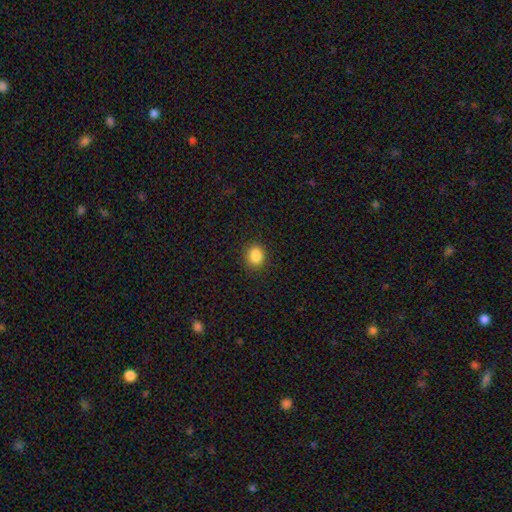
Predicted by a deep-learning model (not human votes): Q: Smooth or featured?
A: smooth (87%); runner-up: star or artifact (10%)
Q: How rounded?
A: round (60%); runner-up: in between (39%)
Q: Merging?
A: none (89%); runner-up: minor disturbance (8%)